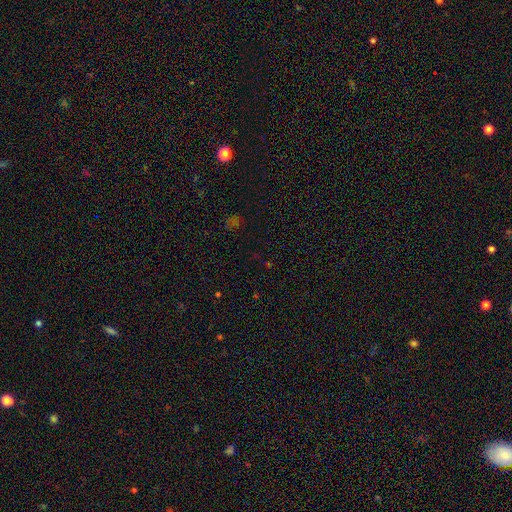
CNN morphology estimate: smooth-or-featured: star or artifact: 65% | smooth: 27% | featured or disk: 8%